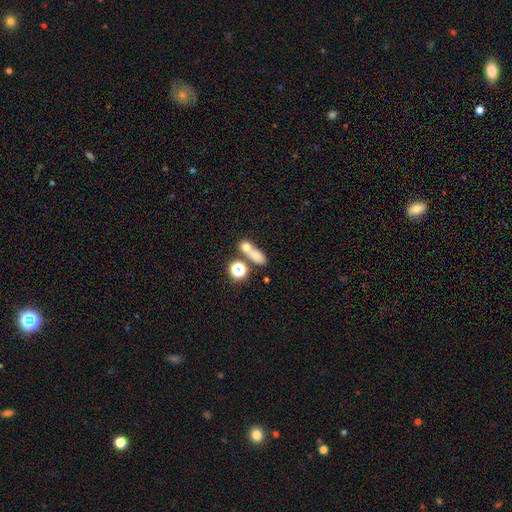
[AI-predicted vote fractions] A smooth galaxy with no disk features (66%) that is in between round and cigar-shaped (53%). Merging: merger (41%, tied with none).